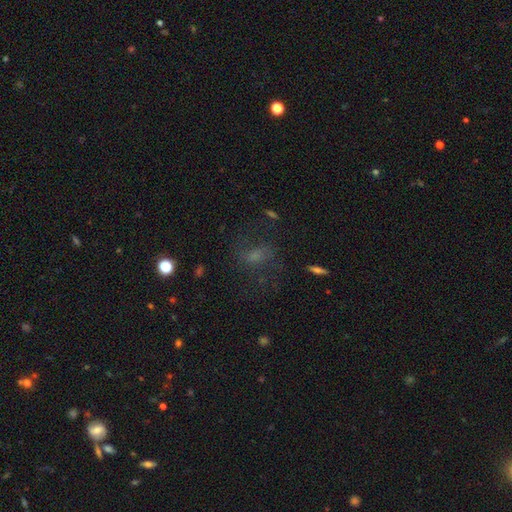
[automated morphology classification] type=smooth (43%); merging=none (58%).